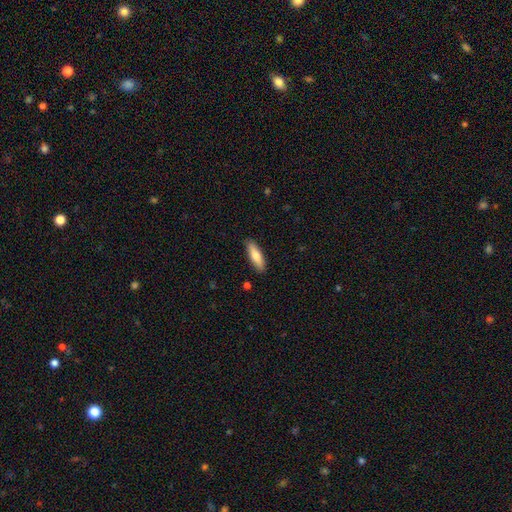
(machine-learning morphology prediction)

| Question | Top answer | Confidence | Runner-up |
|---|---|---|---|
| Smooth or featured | smooth | 70% | featured or disk (24%) |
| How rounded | cigar-shaped | 60% | in between (38%) |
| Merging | none | 88% | minor disturbance (9%) |